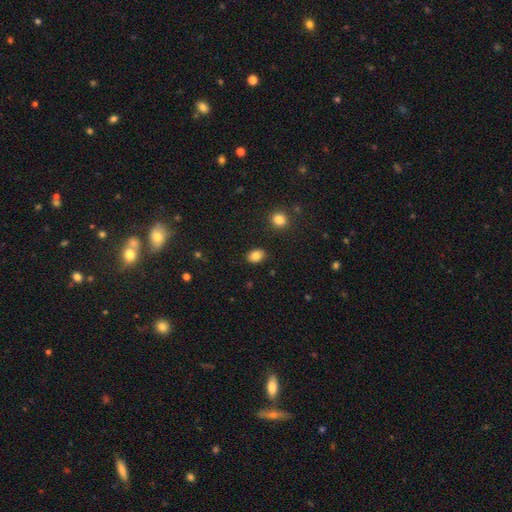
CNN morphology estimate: type=smooth (84%); roundness=in between (64%); merging=none (88%).